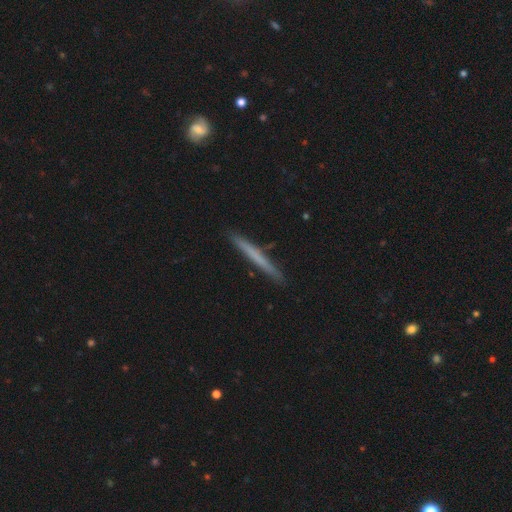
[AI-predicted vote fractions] This is possibly a smooth galaxy (58%). How rounded: clearly cigar-shaped (97%). Merging: clearly none (90%).